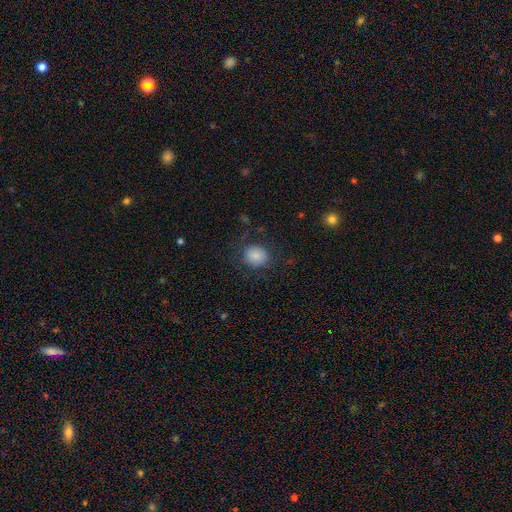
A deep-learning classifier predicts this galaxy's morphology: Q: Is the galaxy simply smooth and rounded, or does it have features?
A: smooth — 82%.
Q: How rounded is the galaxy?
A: round — 78%.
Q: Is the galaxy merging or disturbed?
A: none — 73%.